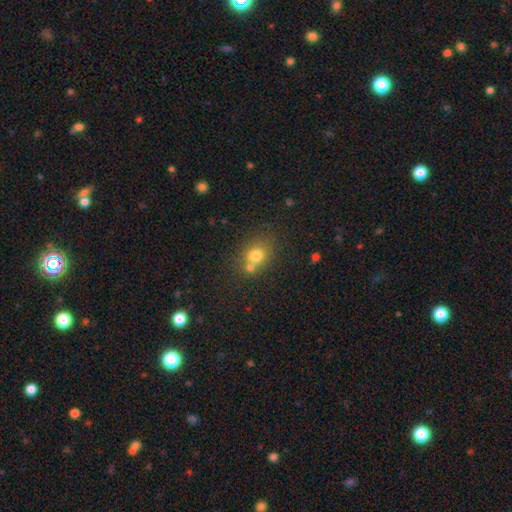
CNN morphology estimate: A smooth galaxy with no disk features (74%) that is round (69%). Merging: none (50%).